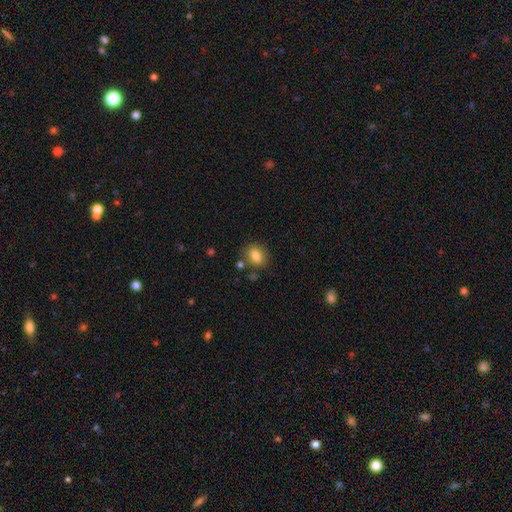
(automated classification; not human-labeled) Overall: smooth (82%). How rounded: in between (58%; round 41%). Merging: none (78%).